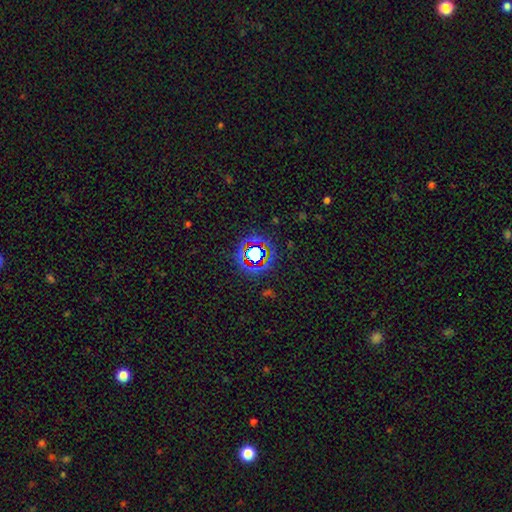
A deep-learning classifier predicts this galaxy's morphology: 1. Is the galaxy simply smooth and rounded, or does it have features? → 66% star or artifact, 22% smooth, 12% featured or disk.